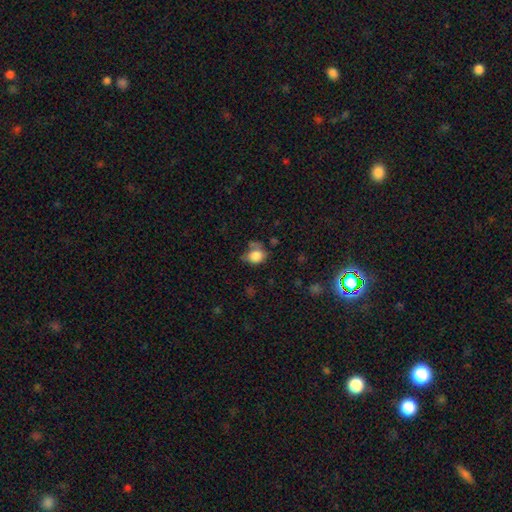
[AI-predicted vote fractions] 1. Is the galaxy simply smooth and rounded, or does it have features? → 82% smooth, 9% star or artifact, 8% featured or disk.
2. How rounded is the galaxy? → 51% round, 48% in between, 1% cigar-shaped.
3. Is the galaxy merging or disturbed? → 44% none, 31% minor disturbance, 14% major disturbance, 11% merger.